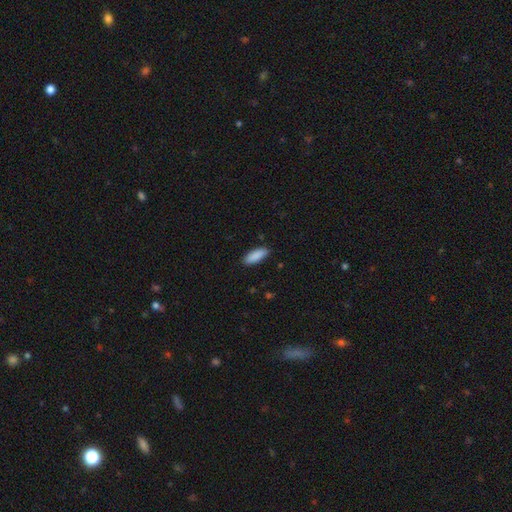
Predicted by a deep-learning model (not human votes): Smooth or featured: smooth — 90% (star or artifact — 6%)
How rounded: in between — 67% (cigar-shaped — 31%)
Merging: none — 87% (minor disturbance — 10%)